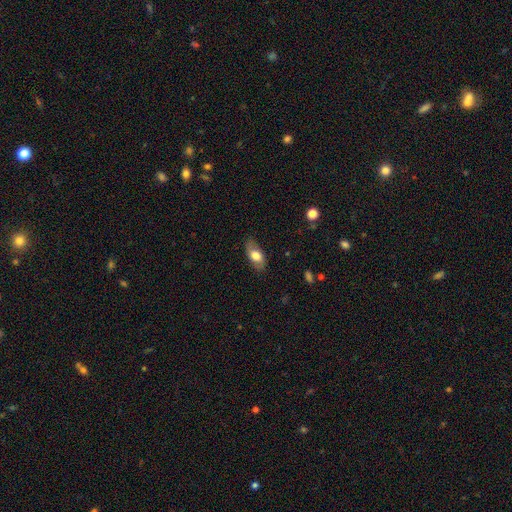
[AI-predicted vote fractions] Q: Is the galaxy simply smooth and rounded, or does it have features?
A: smooth — 68%.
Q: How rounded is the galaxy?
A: in between — 87%.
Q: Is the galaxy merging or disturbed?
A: none — 80%.